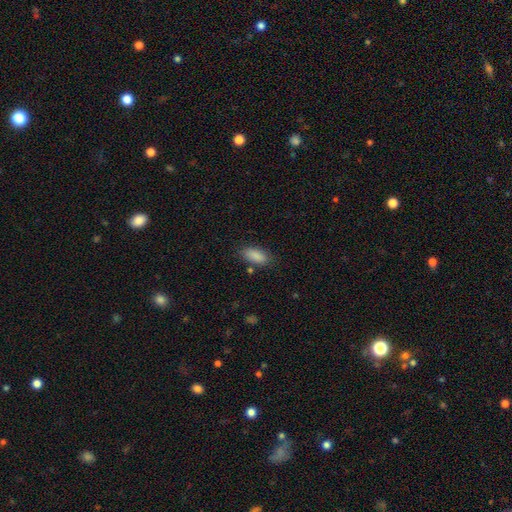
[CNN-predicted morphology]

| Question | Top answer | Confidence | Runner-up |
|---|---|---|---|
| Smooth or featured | smooth | 88% | star or artifact (7%) |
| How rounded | in between | 87% | cigar-shaped (11%) |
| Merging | none | 80% | minor disturbance (14%) |